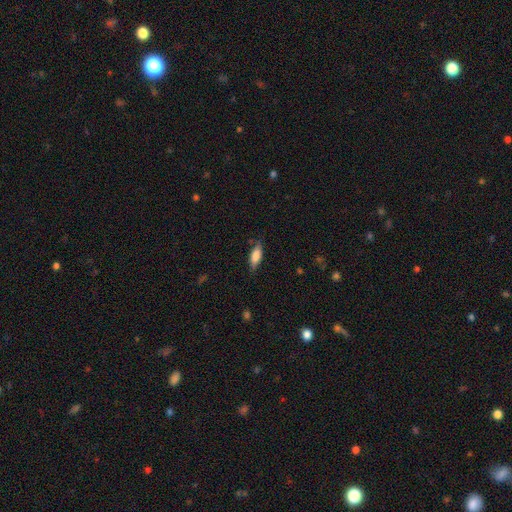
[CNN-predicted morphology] type=smooth (77%); roundness=in between (67%); merging=none (77%).